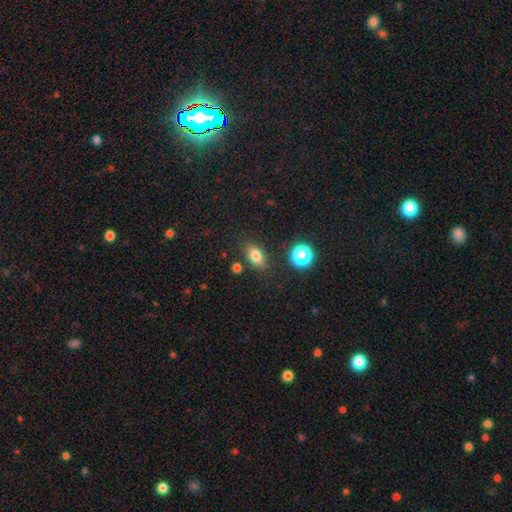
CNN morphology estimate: smooth 78%, star or artifact 12%, featured or disk 10%. Down the decision tree: how rounded — in between (79%); merging — none (82%).